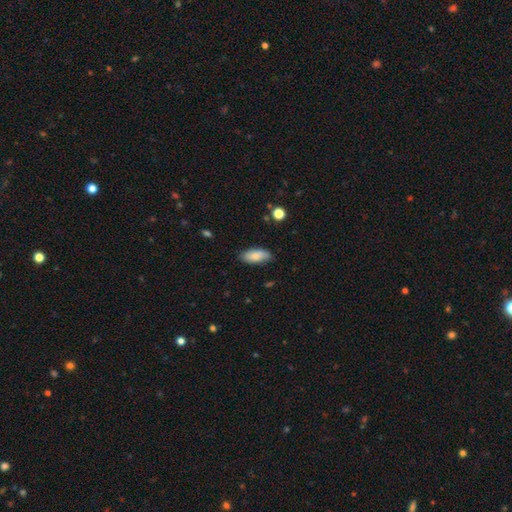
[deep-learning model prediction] smooth_or_featured: smooth (p=0.81) [alt: featured or disk p=0.12]
how_rounded: in between (p=0.86) [alt: cigar-shaped p=0.12]
merging: none (p=0.82) [alt: minor disturbance p=0.15]